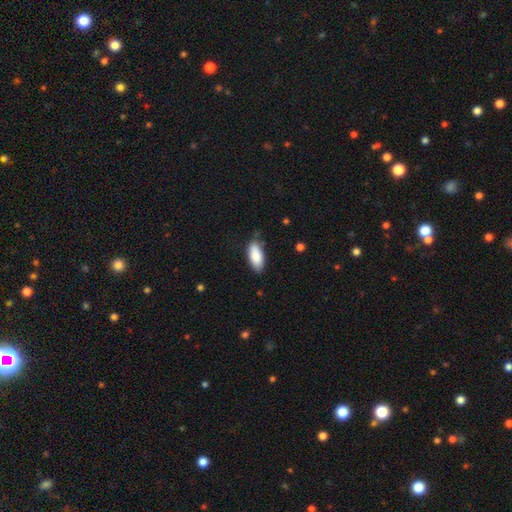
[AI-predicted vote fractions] This appears to be a smooth galaxy with no disk features (86%) that is in between round and cigar-shaped (85%). Merging: none (77%).